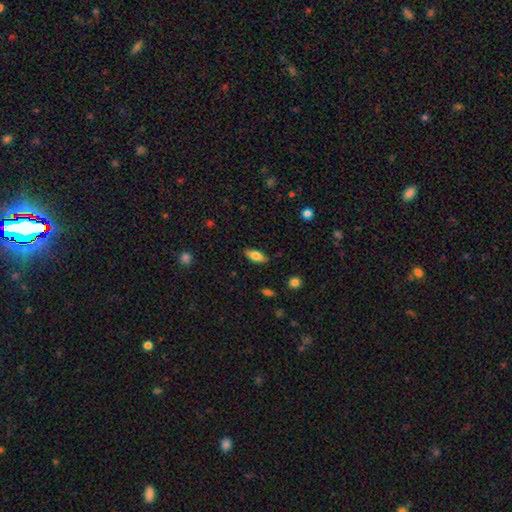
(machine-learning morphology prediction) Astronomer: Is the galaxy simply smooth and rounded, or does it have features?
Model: smooth — 77%.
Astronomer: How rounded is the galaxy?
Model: in between — 82%.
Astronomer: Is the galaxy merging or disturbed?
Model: none — 86%.